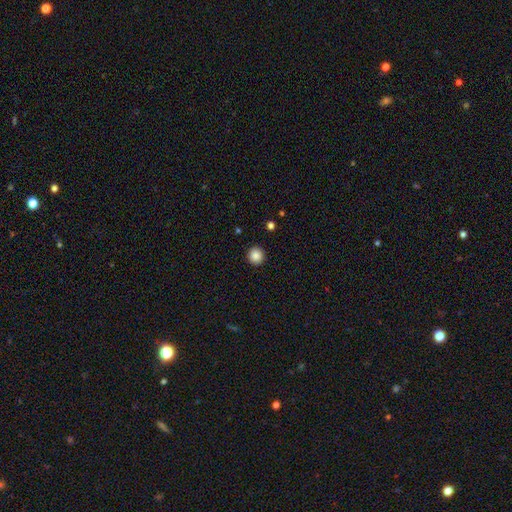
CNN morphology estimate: type=smooth (87%); roundness=round (94%); merging=none (93%).